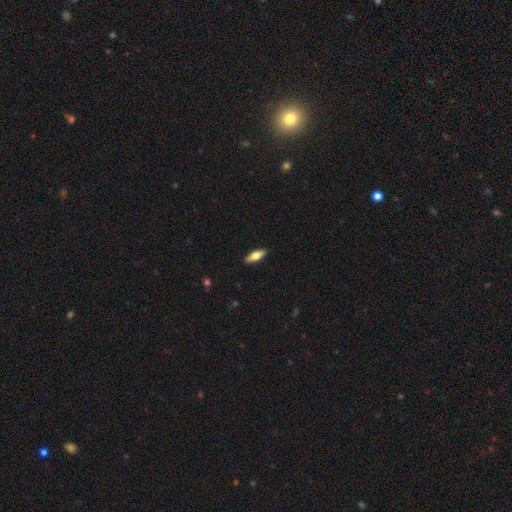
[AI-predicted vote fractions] Smooth or featured? Predicted: smooth (p=0.56). How rounded? Predicted: in between (p=0.57). Merging? Predicted: none (p=0.90).